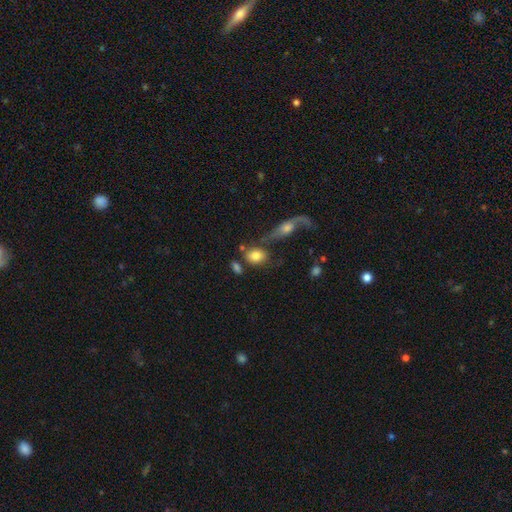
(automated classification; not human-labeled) Smooth or featured?
  - smooth: 80% *
  - featured or disk: 13%
  - star or artifact: 8%
How rounded?
  - in between: 73% *
  - round: 24%
  - cigar-shaped: 3%
Merging?
  - none: 55% *
  - merger: 22%
  - minor disturbance: 14%
  - major disturbance: 8%